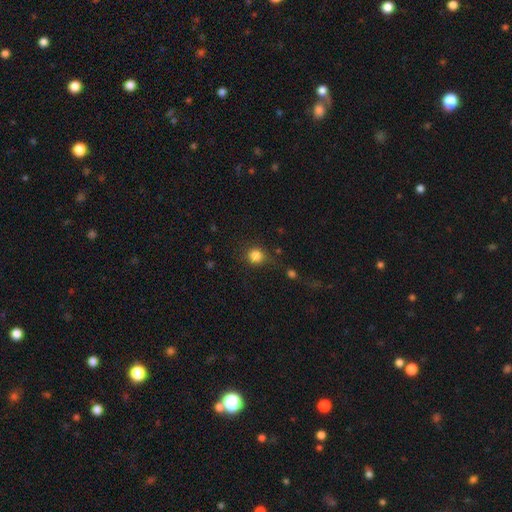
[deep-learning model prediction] Q: Smooth or featured?
A: smooth (83%); runner-up: star or artifact (12%)
Q: How rounded?
A: round (90%); runner-up: in between (9%)
Q: Merging?
A: none (76%); runner-up: minor disturbance (13%)